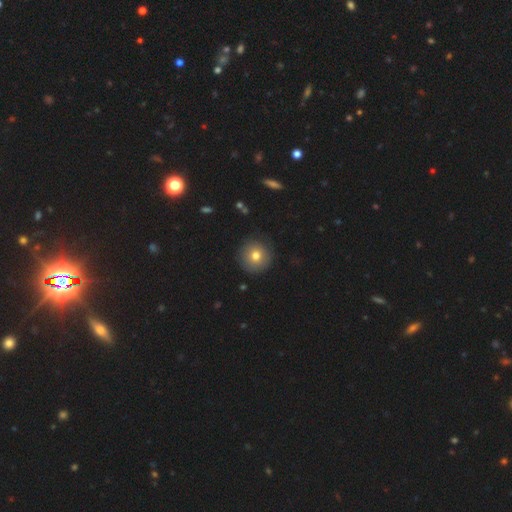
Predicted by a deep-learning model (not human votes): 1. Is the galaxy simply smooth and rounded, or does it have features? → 76% smooth, 13% featured or disk, 11% star or artifact.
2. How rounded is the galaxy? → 95% round, 4% in between, 1% cigar-shaped.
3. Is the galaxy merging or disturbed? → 91% none, 6% minor disturbance, 2% major disturbance, 1% merger.